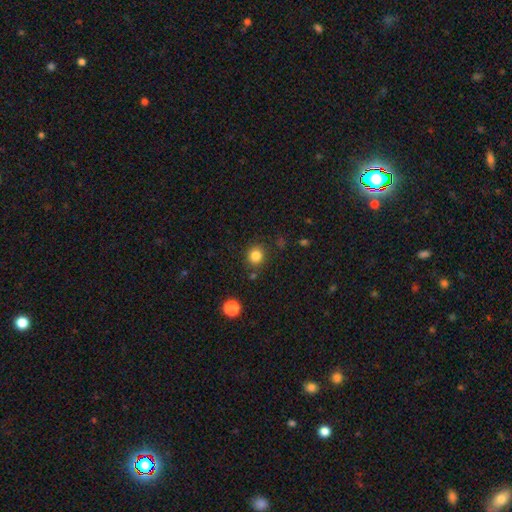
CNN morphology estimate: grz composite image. It shows a smooth galaxy with no disk features (83%) that is round (83%). Merging: none (83%).